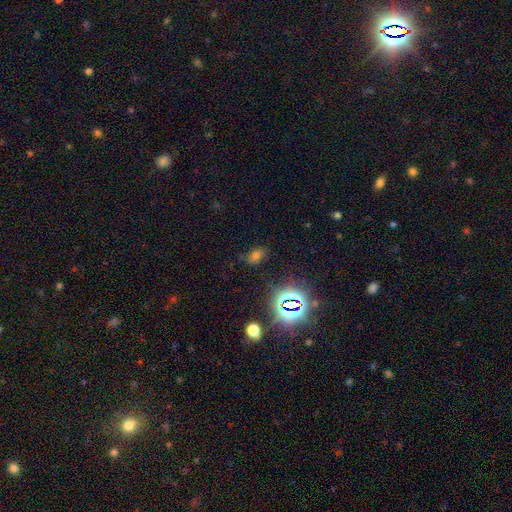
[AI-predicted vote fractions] Smooth or featured: smooth — 53% (star or artifact — 38%)
How rounded: in between — 80% (round — 18%)
Merging: none — 79% (minor disturbance — 14%)